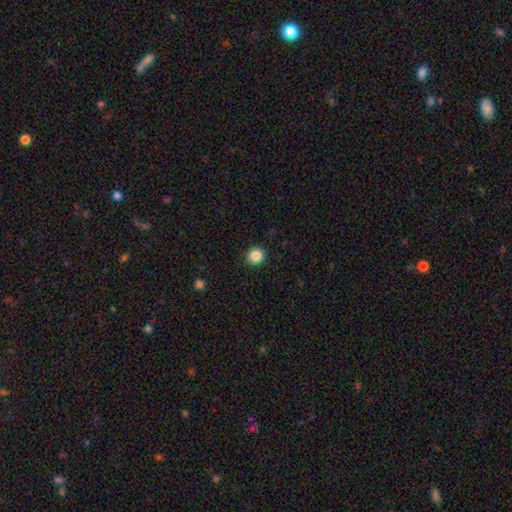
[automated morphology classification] A smooth galaxy with no disk features (86%) that is round (90%). Merging: none (92%).